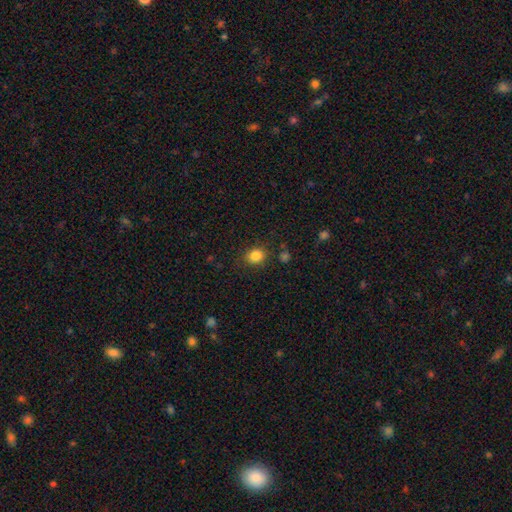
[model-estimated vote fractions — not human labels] smooth 85%, star or artifact 10%, featured or disk 5%. Down the decision tree: how rounded — round (67%); merging — none (83%).